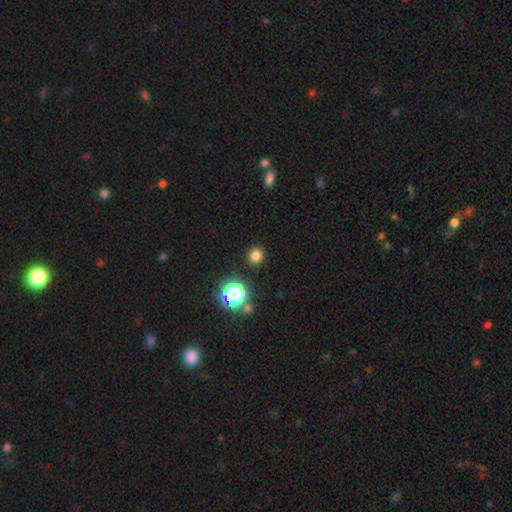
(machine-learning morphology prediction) The model was most divided on "smooth or featured": smooth: 78%, star or artifact: 17%, featured or disk: 4%. More confident: how rounded — round (91%); merging — none (90%).